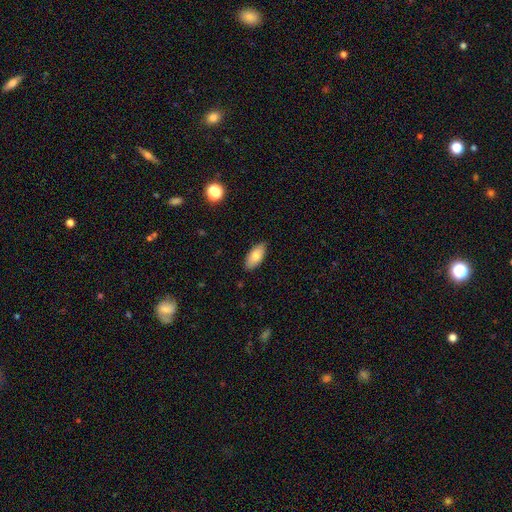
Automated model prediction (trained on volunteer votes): Smooth or featured: smooth — 80% (featured or disk — 14%)
How rounded: in between — 90% (cigar-shaped — 8%)
Merging: none — 86% (minor disturbance — 11%)